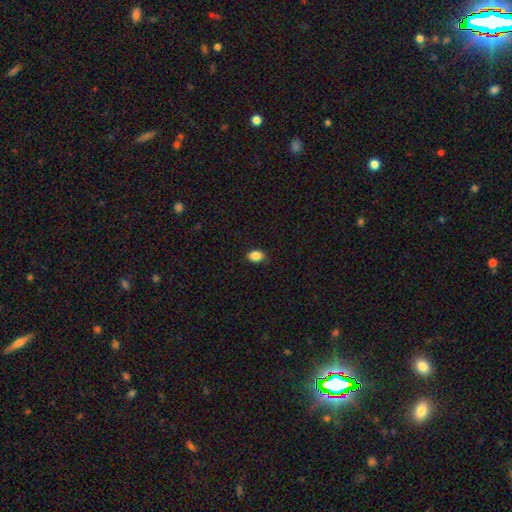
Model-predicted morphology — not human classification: This appears to be a smooth galaxy with no disk features (86%) that is in between round and cigar-shaped (83%). Merging: none (87%).